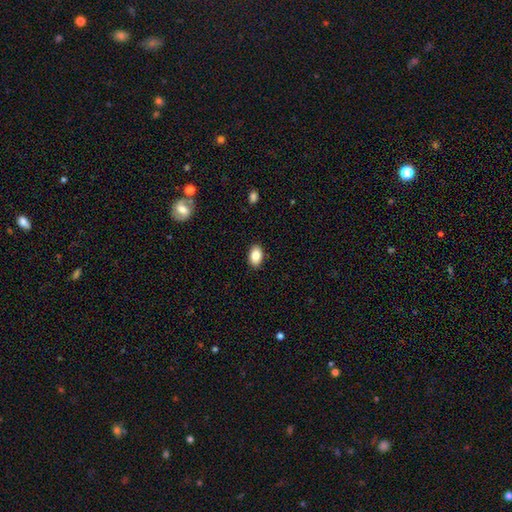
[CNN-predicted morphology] This is clearly a smooth galaxy (86%). How rounded: clearly in between (90%). Merging: clearly none (88%).